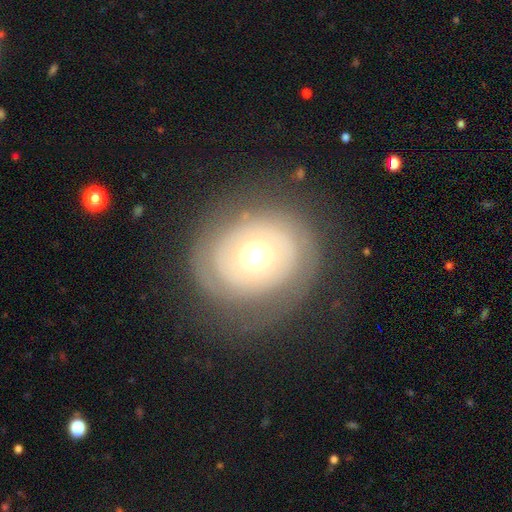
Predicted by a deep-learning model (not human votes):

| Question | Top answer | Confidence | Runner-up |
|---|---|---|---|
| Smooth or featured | featured or disk | 49% | smooth (41%) |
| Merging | none | 70% | minor disturbance (15%) |